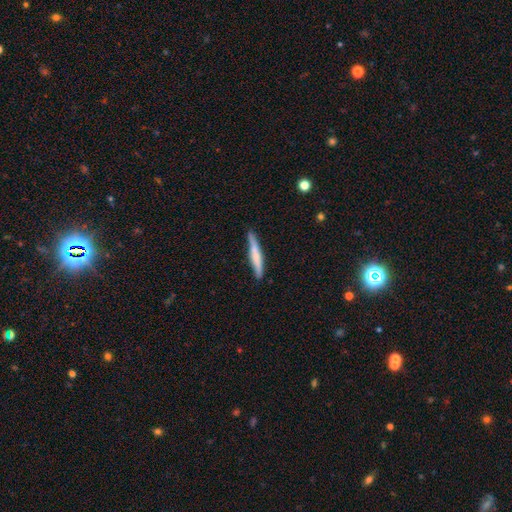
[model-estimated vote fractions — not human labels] This appears to be a smooth galaxy with no disk features (63%) that is cigar-shaped (94%). Merging: none (85%).